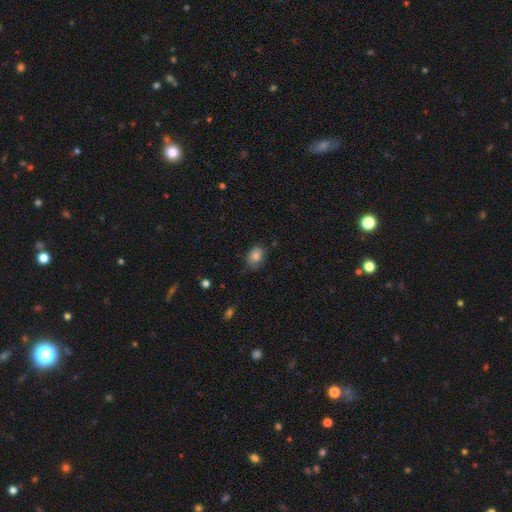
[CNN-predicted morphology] The model was most divided on "merging": none: 66%, minor disturbance: 27%, major disturbance: 6%, merger: 2%. More confident: smooth or featured — smooth (84%); how rounded — in between (72%).